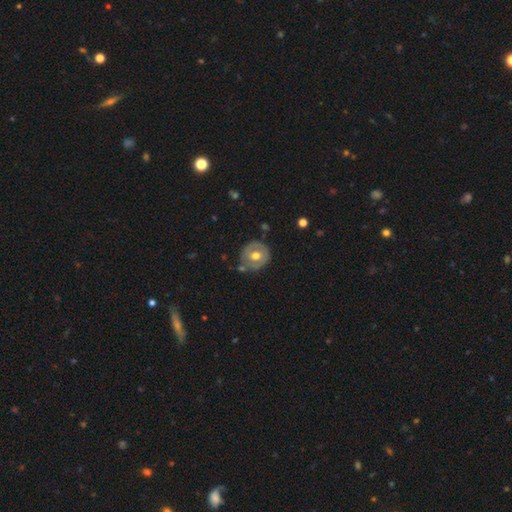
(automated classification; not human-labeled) Smooth or featured? featured or disk (52%)
Edge-on disk? no (96%)
Merging? none (69%)